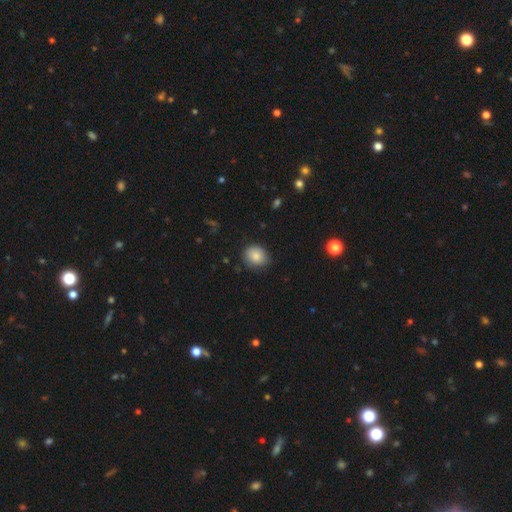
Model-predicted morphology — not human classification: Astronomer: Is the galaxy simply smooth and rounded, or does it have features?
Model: smooth — 84%.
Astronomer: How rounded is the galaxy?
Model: round — 66%.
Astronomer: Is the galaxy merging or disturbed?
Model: none — 81%.